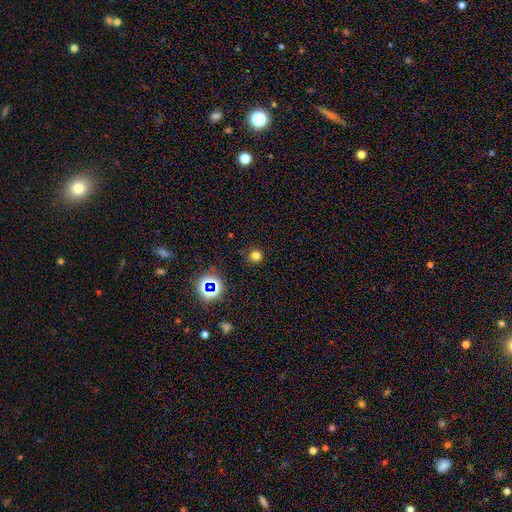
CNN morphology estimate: smooth_or_featured: smooth (p=0.71) [alt: star or artifact p=0.23]
how_rounded: round (p=0.93) [alt: in between p=0.06]
merging: none (p=0.88) [alt: minor disturbance p=0.08]